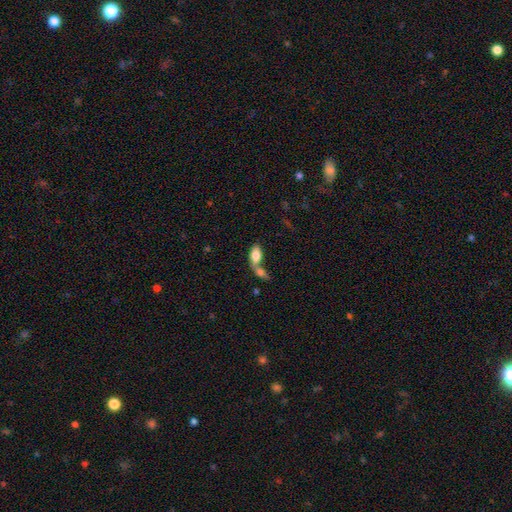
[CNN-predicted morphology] Smooth or featured? Predicted: smooth (p=0.79). How rounded? Predicted: in between (p=0.90). Merging? Predicted: merger (p=0.61).